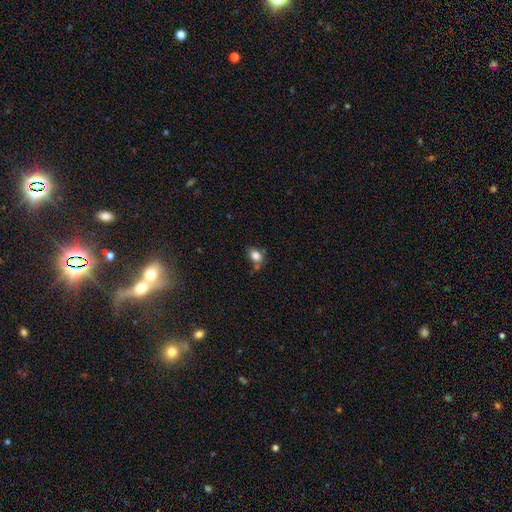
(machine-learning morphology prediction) A smooth galaxy with no disk features (82%) that is in between round and cigar-shaped (76%).

Vote fractions:
- Smooth or featured? smooth: 82% / star or artifact: 11% / featured or disk: 8%
- How rounded? in between: 76% / round: 23% / cigar-shaped: 1%
- Merging? none: 61% / minor disturbance: 20% / merger: 13% / major disturbance: 6%